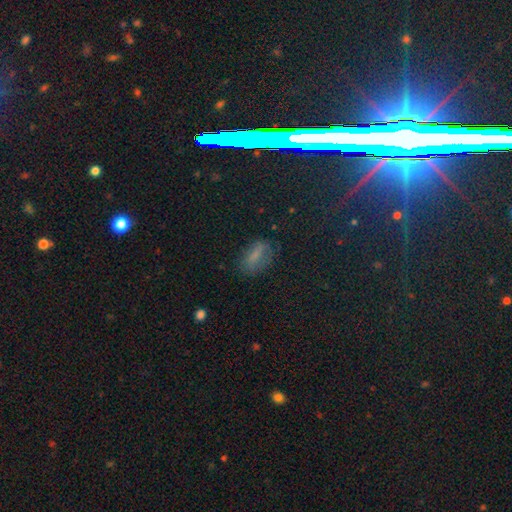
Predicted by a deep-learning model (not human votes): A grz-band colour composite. It shows a smooth galaxy with no disk features (64%) that is in between round and cigar-shaped (82%). Merging: none (69%).